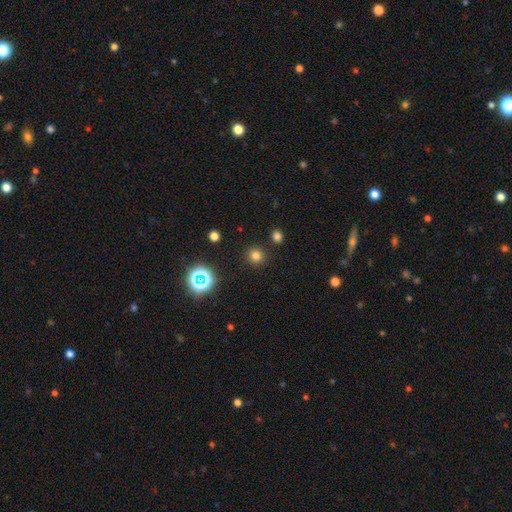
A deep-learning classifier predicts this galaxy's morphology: smooth-or-featured: smooth: 75% | star or artifact: 20% | featured or disk: 5%
  how-rounded: round: 93% | in between: 6% | cigar-shaped: 1%
  merging: none: 89% | minor disturbance: 6% | merger: 3% | major disturbance: 2%